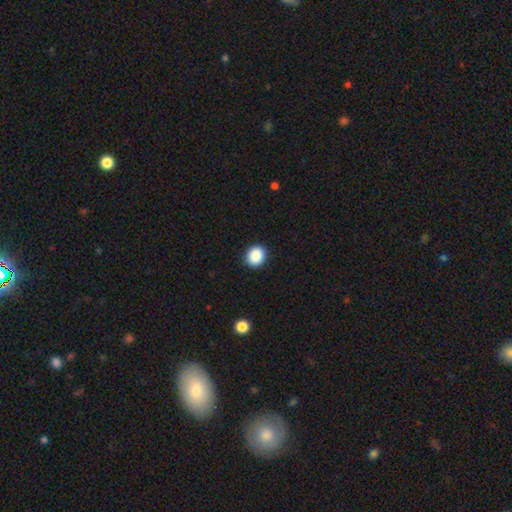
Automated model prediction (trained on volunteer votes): Smooth or featured? smooth (89%)
How rounded? round (64%)
Merging? none (90%)